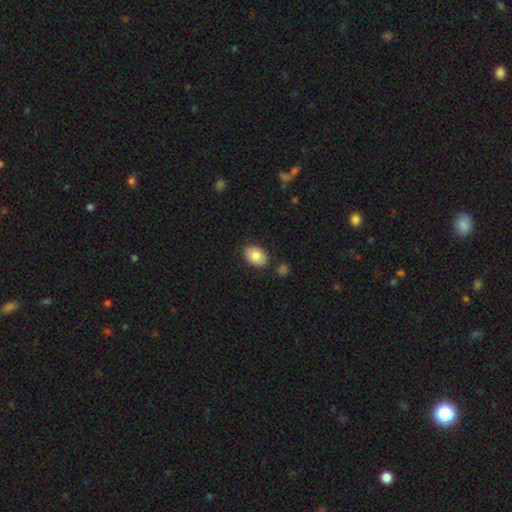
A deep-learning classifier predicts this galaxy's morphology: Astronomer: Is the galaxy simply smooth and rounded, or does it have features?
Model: smooth — 83%.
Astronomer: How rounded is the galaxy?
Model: in between — 81%.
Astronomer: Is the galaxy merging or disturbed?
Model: none — 82%.